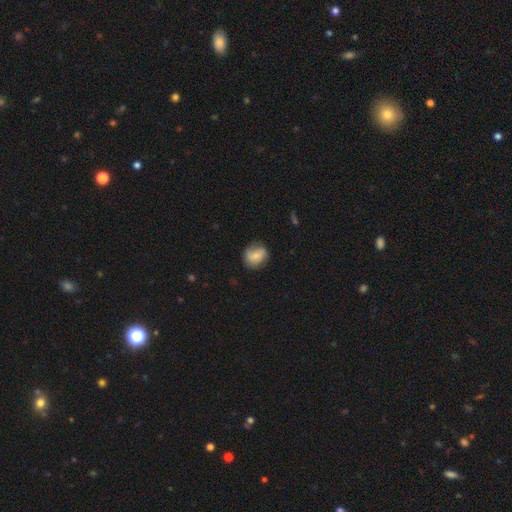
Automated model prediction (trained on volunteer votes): A smooth galaxy with no disk features (63%) that is round (70%). Merging: none (71%).